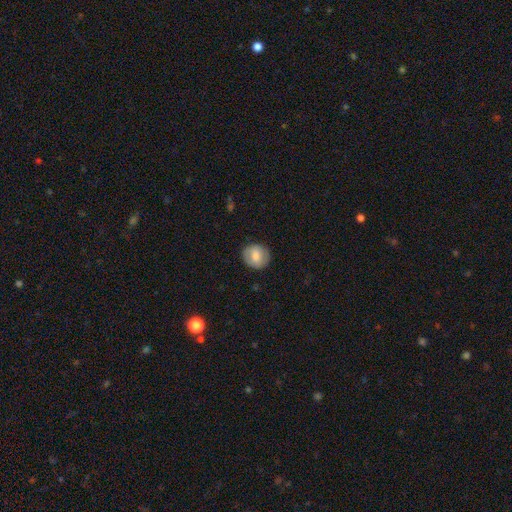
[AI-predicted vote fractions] The model was most divided on "smooth or featured": smooth: 74%, featured or disk: 19%, star or artifact: 7%. More confident: merging — none (85%); how rounded — round (80%).